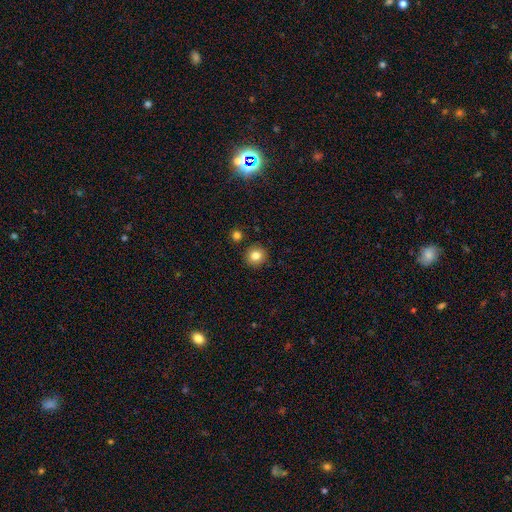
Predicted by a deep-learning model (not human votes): Smooth or featured? smooth (82%)
How rounded? round (90%)
Merging? none (89%)